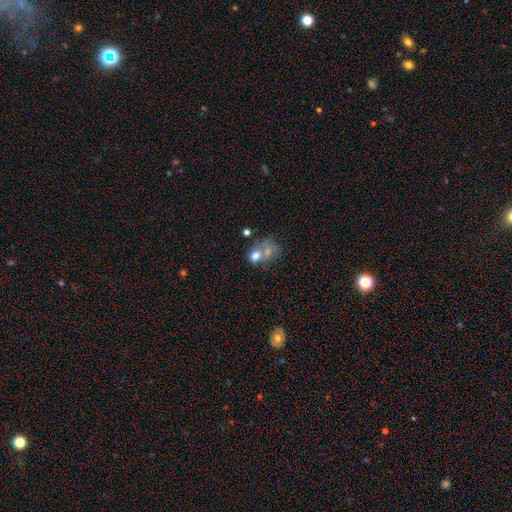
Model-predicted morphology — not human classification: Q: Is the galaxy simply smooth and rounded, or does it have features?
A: smooth — 63%.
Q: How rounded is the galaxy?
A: in between — 50%.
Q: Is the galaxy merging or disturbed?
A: merger — 56%.